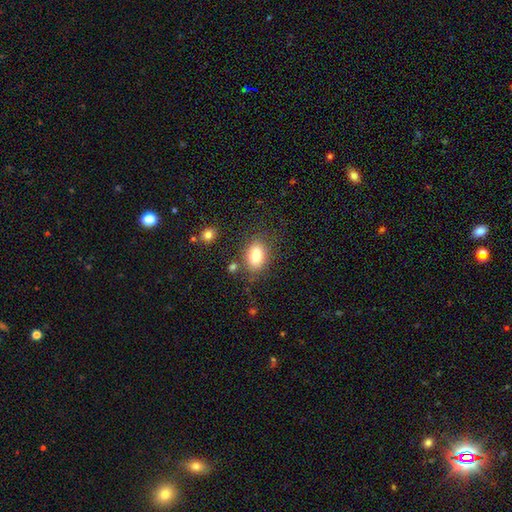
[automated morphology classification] Smooth or featured? Predicted: smooth (p=0.81). How rounded? Predicted: in between (p=0.83). Merging? Predicted: none (p=0.77).